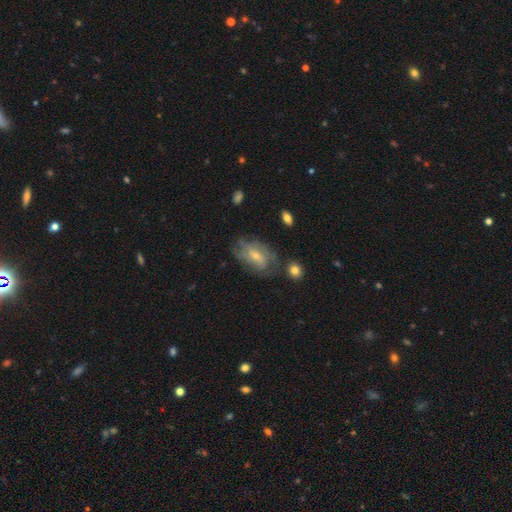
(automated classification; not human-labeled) This is possibly a featured or disk galaxy (60%). It is clearly not viewed edge-on (94%). Bar: possibly no (53%). Spiral arm pattern: likely yes (72%). Central bulge: likely small (65%). Merging: possibly none (56%).